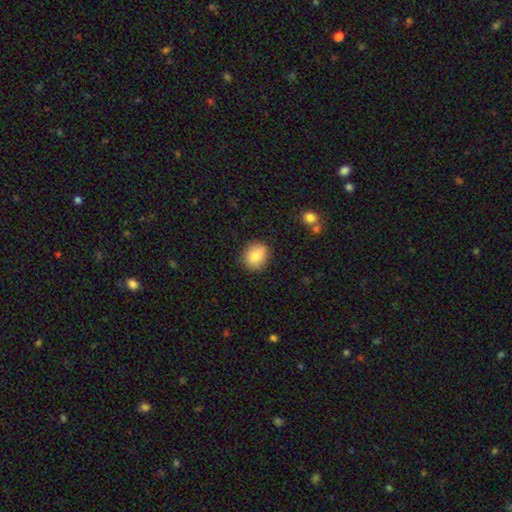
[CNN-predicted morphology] A smooth galaxy with no disk features (83%) that is round (64%).

Vote fractions:
- Smooth or featured? smooth: 83% / featured or disk: 9% / star or artifact: 8%
- How rounded? round: 64% / in between: 35% / cigar-shaped: 1%
- Merging? none: 85% / minor disturbance: 11% / major disturbance: 3% / merger: 1%